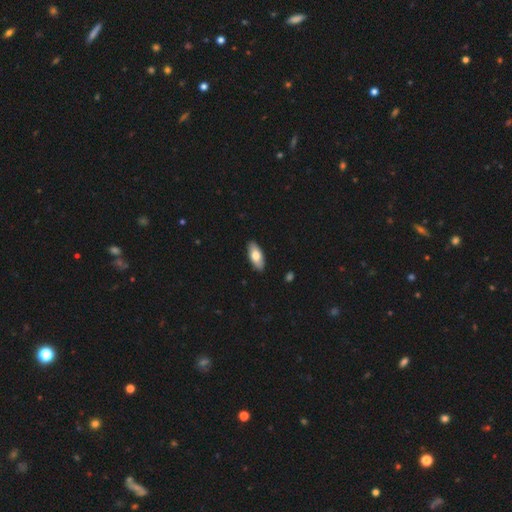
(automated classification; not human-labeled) Smooth or featured? Predicted: smooth (p=0.73). How rounded? Predicted: in between (p=0.86). Merging? Predicted: none (p=0.90).